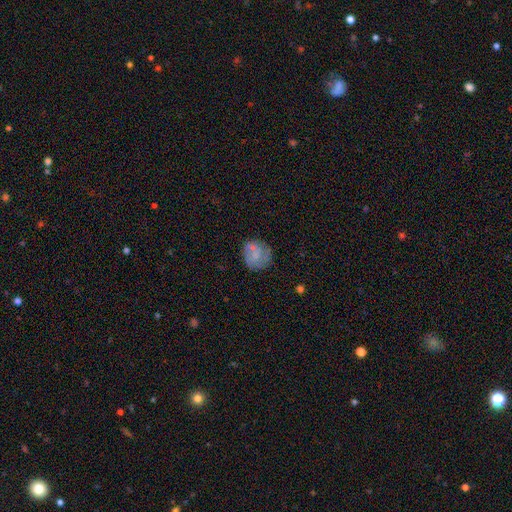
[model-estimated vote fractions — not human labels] Smooth or featured?
  - smooth: 53% *
  - featured or disk: 39%
  - star or artifact: 8%
How rounded?
  - round: 82% *
  - in between: 17%
  - cigar-shaped: 1%
Merging?
  - none: 64% *
  - minor disturbance: 21%
  - major disturbance: 10%
  - merger: 6%